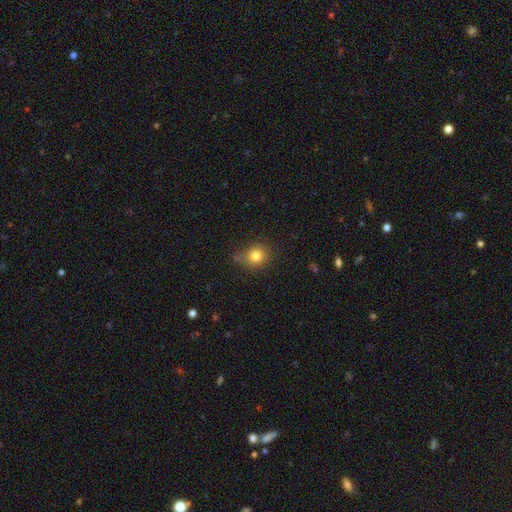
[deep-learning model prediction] The model was most divided on "merging": none: 73%, minor disturbance: 18%, major disturbance: 5%, merger: 4%. More confident: how rounded — round (82%); smooth or featured — smooth (81%).